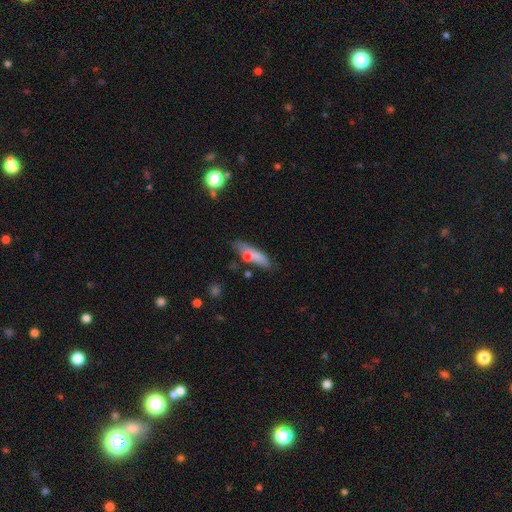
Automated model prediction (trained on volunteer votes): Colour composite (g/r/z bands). It shows a smooth galaxy with no disk features (65%) that is cigar-shaped (64%). Merging: none (60%).